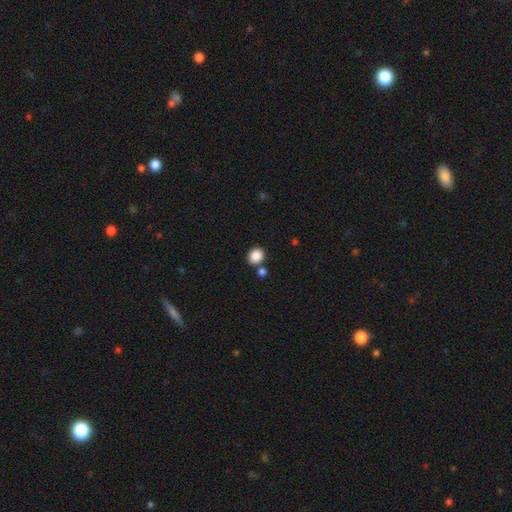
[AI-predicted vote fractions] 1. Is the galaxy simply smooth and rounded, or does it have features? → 87% smooth, 9% star or artifact, 4% featured or disk.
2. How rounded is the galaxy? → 63% round, 36% in between, 1% cigar-shaped.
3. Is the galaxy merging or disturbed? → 74% none, 14% merger, 9% minor disturbance, 3% major disturbance.